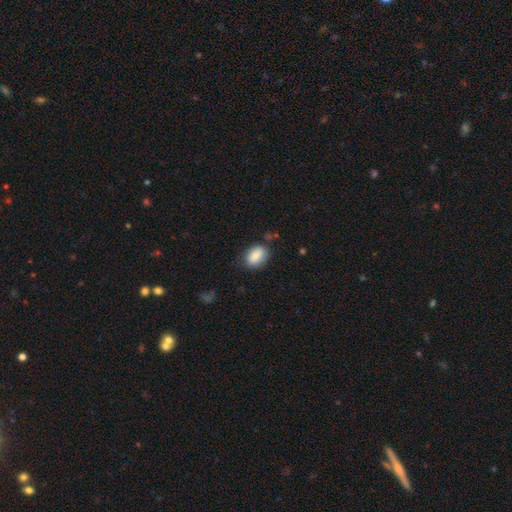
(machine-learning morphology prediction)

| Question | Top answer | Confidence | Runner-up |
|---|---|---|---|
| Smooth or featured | smooth | 82% | featured or disk (11%) |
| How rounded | in between | 81% | round (18%) |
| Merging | none | 73% | minor disturbance (19%) |